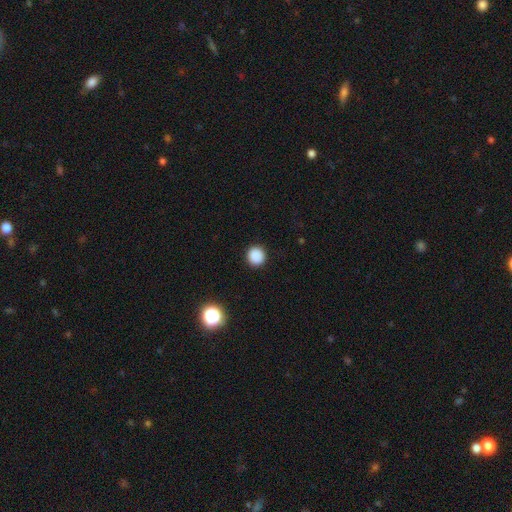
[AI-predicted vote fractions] Smooth or featured? Predicted: smooth (p=0.87). How rounded? Predicted: round (p=0.92). Merging? Predicted: none (p=0.91).